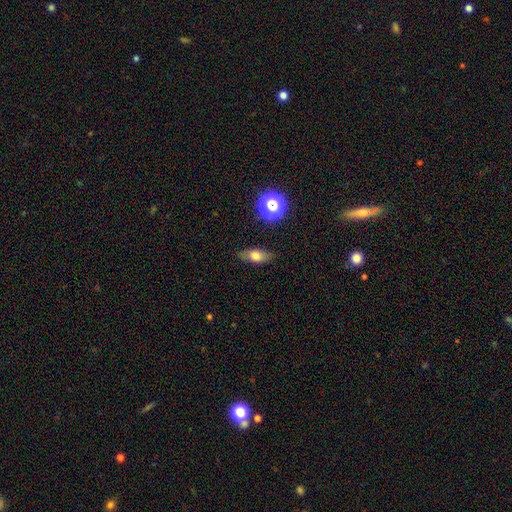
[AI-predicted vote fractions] This is likely a smooth galaxy (65%). How rounded: likely in between (67%). Merging: clearly none (82%).